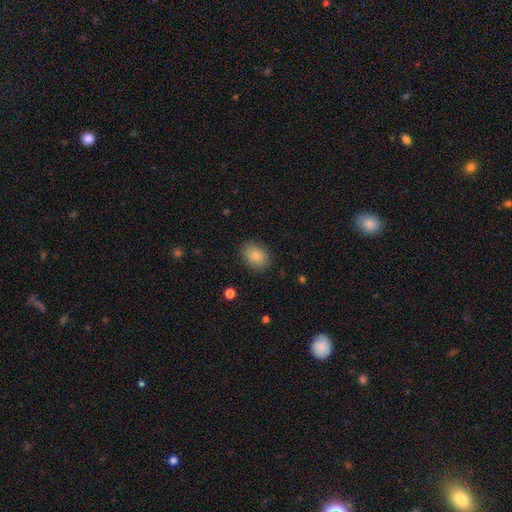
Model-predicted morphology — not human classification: A smooth galaxy with no disk features (80%) that is in between round and cigar-shaped (69%).

Vote fractions:
- Smooth or featured? smooth: 80% / featured or disk: 10% / star or artifact: 9%
- How rounded? in between: 69% / round: 30% / cigar-shaped: 1%
- Merging? none: 86% / minor disturbance: 10% / major disturbance: 2% / merger: 1%